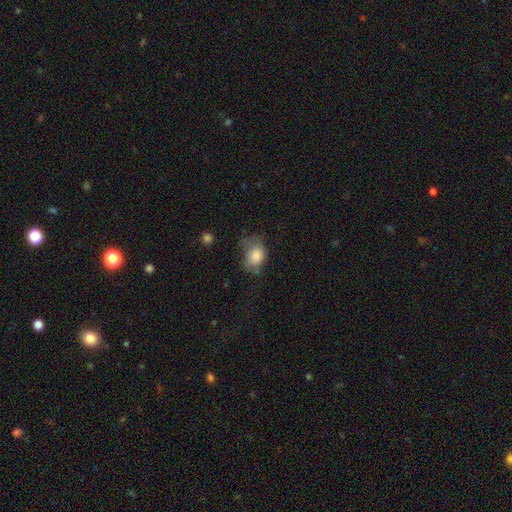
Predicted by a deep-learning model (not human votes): Smooth or featured? Predicted: smooth (p=0.80). How rounded? Predicted: in between (p=0.61). Merging? Predicted: minor disturbance (p=0.35).